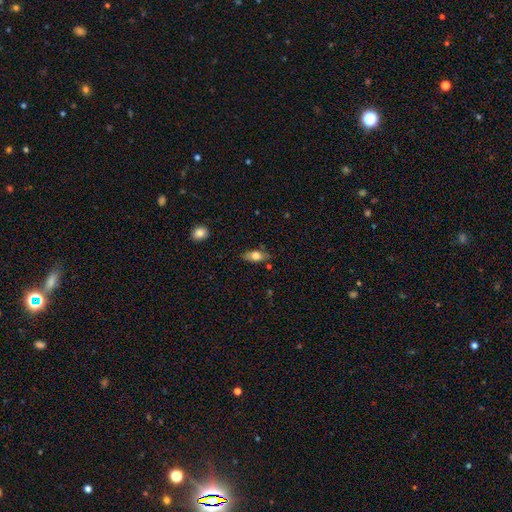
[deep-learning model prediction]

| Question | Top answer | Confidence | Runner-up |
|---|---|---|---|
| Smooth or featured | smooth | 71% | featured or disk (21%) |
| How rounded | in between | 80% | cigar-shaped (15%) |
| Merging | none | 76% | minor disturbance (18%) |